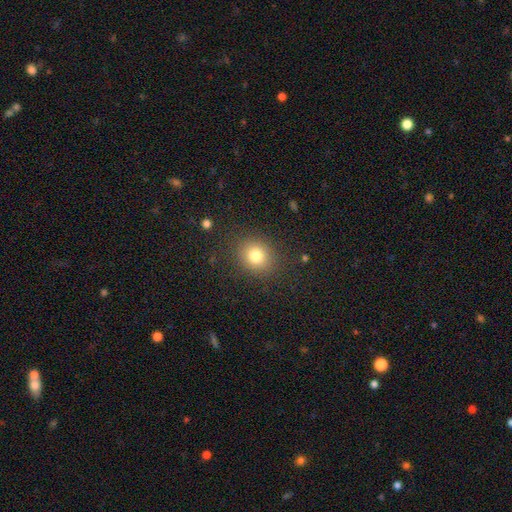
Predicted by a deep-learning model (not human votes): Smooth or featured?
  - smooth: 79% *
  - star or artifact: 13%
  - featured or disk: 9%
How rounded?
  - round: 76% *
  - in between: 23%
  - cigar-shaped: 1%
Merging?
  - none: 86% *
  - minor disturbance: 8%
  - major disturbance: 4%
  - merger: 1%